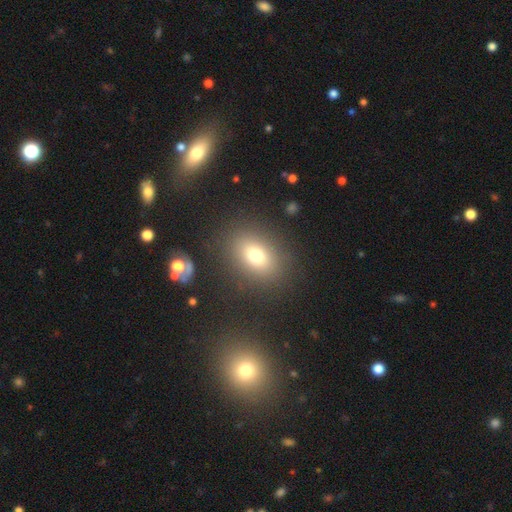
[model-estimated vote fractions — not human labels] This is likely a smooth galaxy (73%). How rounded: likely in between (62%). Merging: clearly none (84%).